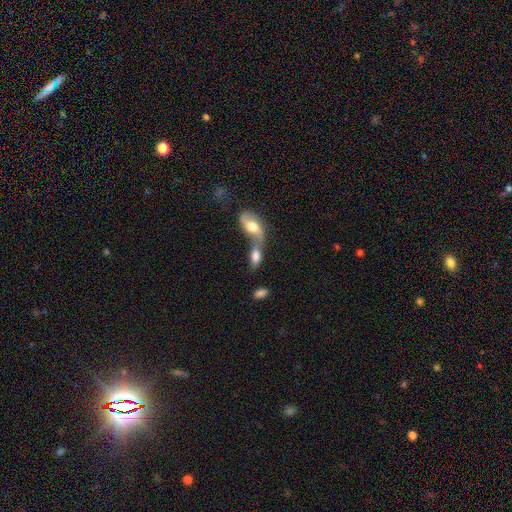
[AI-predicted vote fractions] Morphology: type=smooth (64%); roundness=in between (84%); merging=merger (71%).